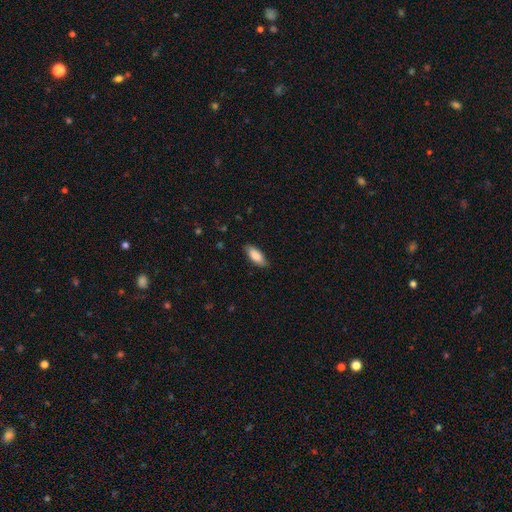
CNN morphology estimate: Q: Smooth or featured?
A: smooth (86%); runner-up: featured or disk (8%)
Q: How rounded?
A: in between (80%); runner-up: cigar-shaped (18%)
Q: Merging?
A: none (82%); runner-up: minor disturbance (15%)